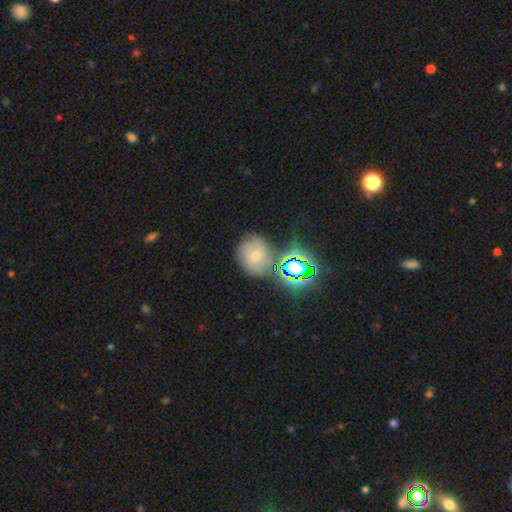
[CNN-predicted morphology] This appears to be a smooth galaxy with no disk features (45%). Merging: none (60%).